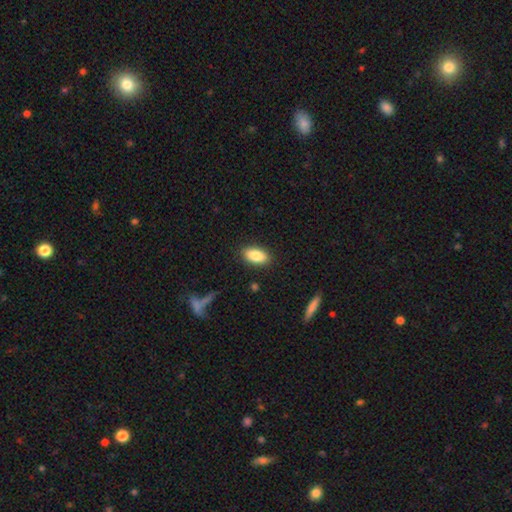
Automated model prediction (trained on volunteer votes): This appears to be a smooth galaxy with no disk features (84%) that is in between round and cigar-shaped (91%). Merging: none (88%).